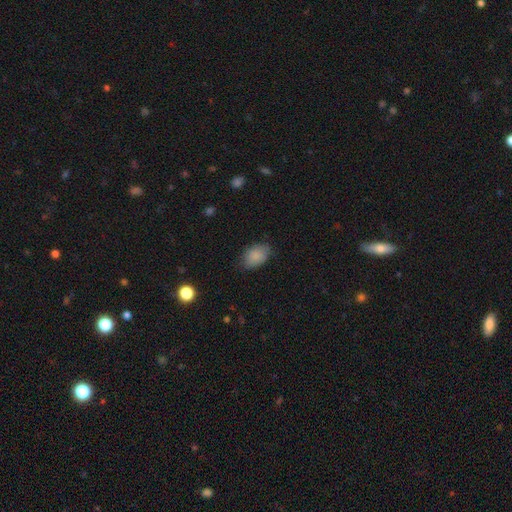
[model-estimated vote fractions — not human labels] smooth_or_featured: smooth (p=0.87) [alt: star or artifact p=0.07]
how_rounded: in between (p=0.87) [alt: round p=0.12]
merging: none (p=0.77) [alt: minor disturbance p=0.18]